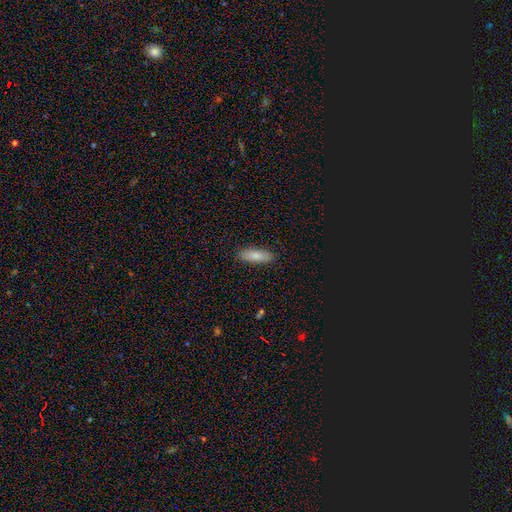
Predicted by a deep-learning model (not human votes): Smooth or featured?
  - smooth: 84% *
  - featured or disk: 10%
  - star or artifact: 6%
How rounded?
  - in between: 54% *
  - cigar-shaped: 45%
  - round: 2%
Merging?
  - none: 89% *
  - minor disturbance: 8%
  - major disturbance: 2%
  - merger: 1%